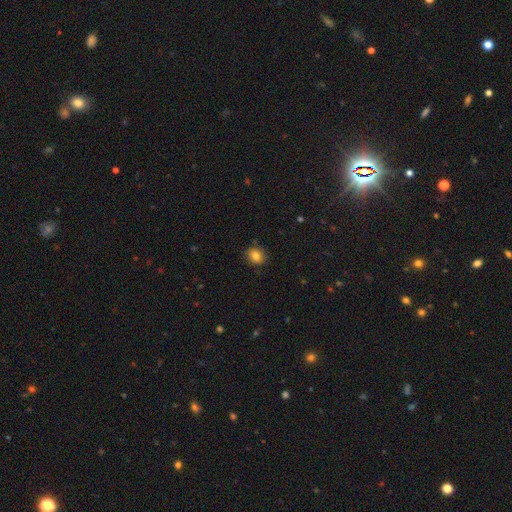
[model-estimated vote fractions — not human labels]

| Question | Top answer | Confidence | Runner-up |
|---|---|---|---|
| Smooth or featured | smooth | 82% | star or artifact (11%) |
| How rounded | round | 67% | in between (32%) |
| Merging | none | 88% | minor disturbance (9%) |